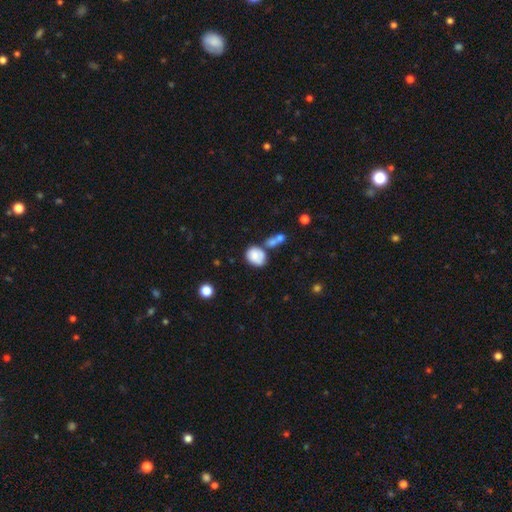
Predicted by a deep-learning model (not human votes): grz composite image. It shows a smooth galaxy with no disk features (75%) that is round (55%). Merging: none (41%).